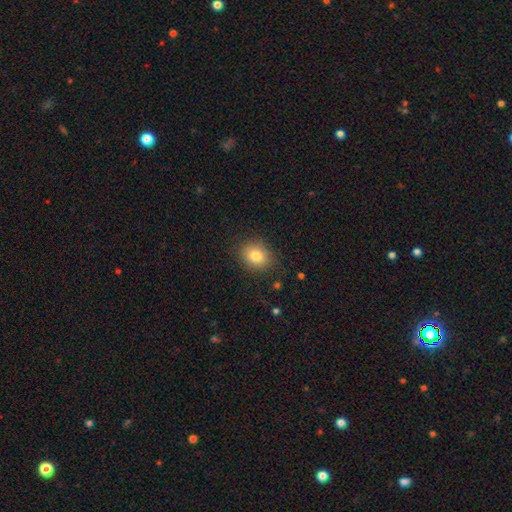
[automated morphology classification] smooth_or_featured: smooth (p=0.81) [alt: star or artifact p=0.10]
how_rounded: round (p=0.59) [alt: in between p=0.40]
merging: none (p=0.86) [alt: minor disturbance p=0.10]